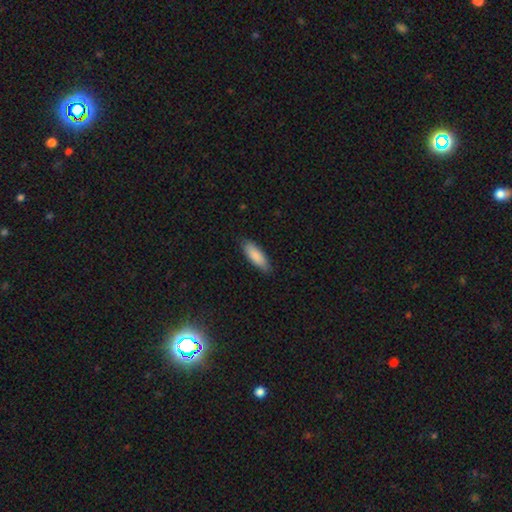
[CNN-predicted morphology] smooth-or-featured: smooth: 87% | featured or disk: 8% | star or artifact: 5%
  how-rounded: in between: 56% | cigar-shaped: 43% | round: 2%
  merging: none: 84% | minor disturbance: 13% | major disturbance: 2% | merger: 1%